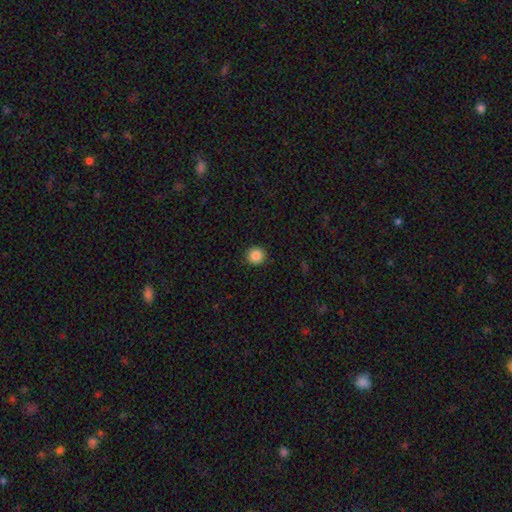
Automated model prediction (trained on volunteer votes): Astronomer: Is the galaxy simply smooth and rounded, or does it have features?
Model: smooth — 87%.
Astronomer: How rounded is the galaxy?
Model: round — 93%.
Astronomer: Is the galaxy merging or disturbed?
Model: none — 92%.